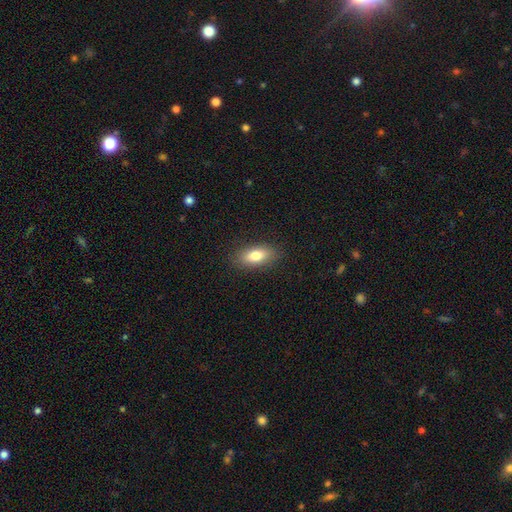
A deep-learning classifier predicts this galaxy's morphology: A smooth galaxy with no disk features (80%) that is in between round and cigar-shaped (84%).

Vote fractions:
- Smooth or featured? smooth: 80% / featured or disk: 13% / star or artifact: 8%
- How rounded? in between: 84% / cigar-shaped: 11% / round: 5%
- Merging? none: 87% / minor disturbance: 9% / major disturbance: 2% / merger: 1%